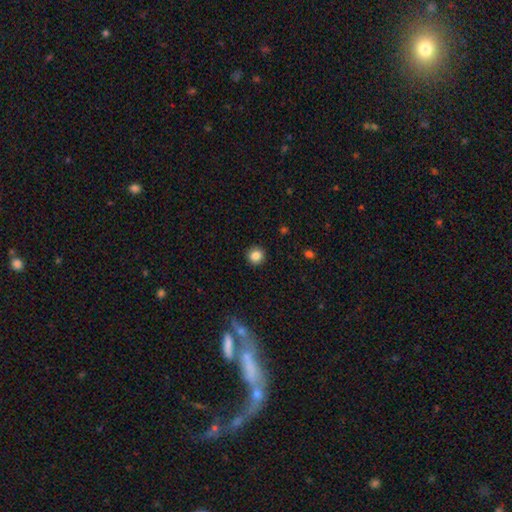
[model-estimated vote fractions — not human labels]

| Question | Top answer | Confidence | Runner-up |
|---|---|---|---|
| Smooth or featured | smooth | 85% | star or artifact (10%) |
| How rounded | round | 94% | in between (5%) |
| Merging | none | 92% | minor disturbance (5%) |